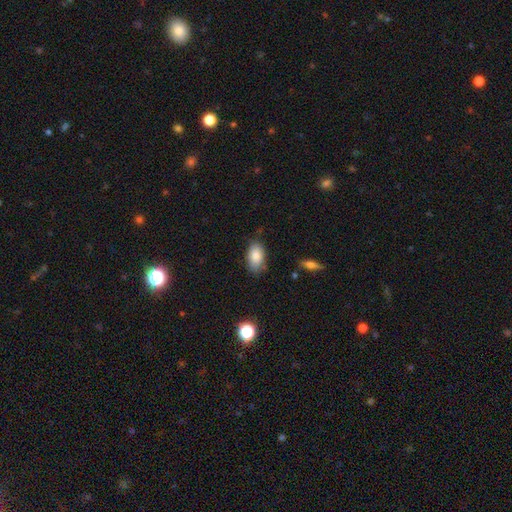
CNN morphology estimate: Smooth or featured: smooth — 84% (featured or disk — 8%)
How rounded: in between — 92% (round — 6%)
Merging: none — 77% (minor disturbance — 18%)